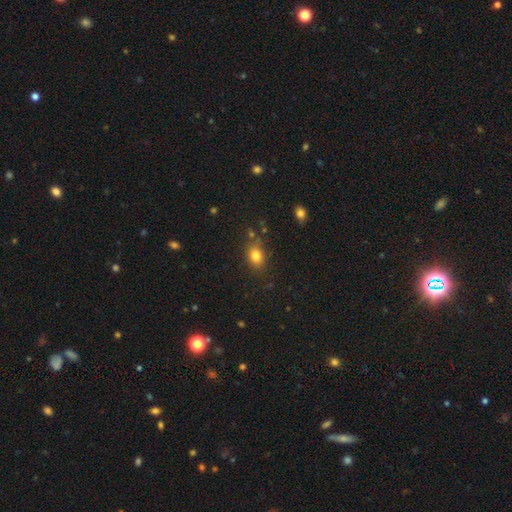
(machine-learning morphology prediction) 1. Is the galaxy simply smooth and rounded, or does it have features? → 81% smooth, 11% star or artifact, 7% featured or disk.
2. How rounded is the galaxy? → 68% in between, 31% round, 2% cigar-shaped.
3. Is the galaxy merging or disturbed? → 75% none, 16% minor disturbance, 5% major disturbance, 4% merger.